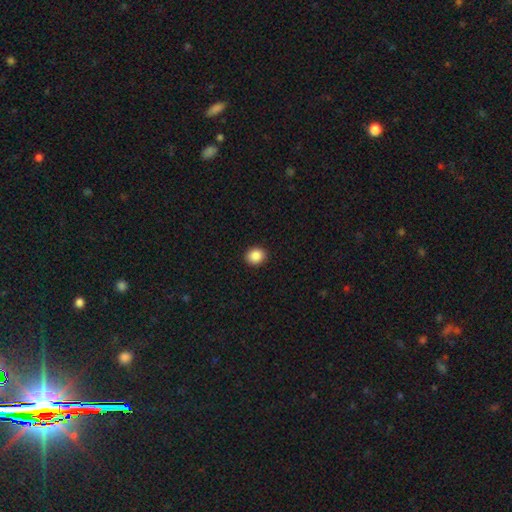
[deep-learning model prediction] Morphology: type=smooth (87%); roundness=round (70%); merging=none (92%).